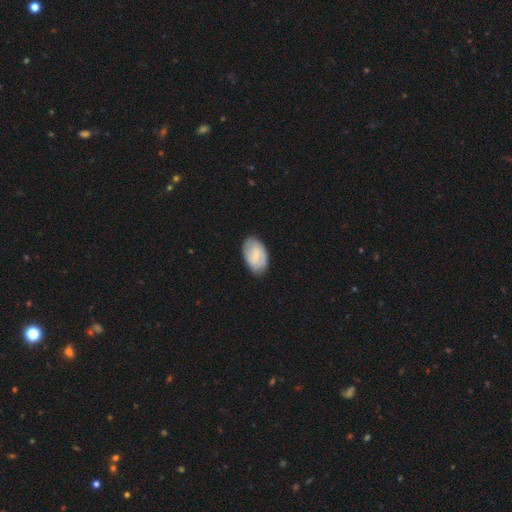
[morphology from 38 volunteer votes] smooth 58%, featured or disk 34%, star or artifact 8%. Down the decision tree: how rounded — in between (86%); merging — none (80%).